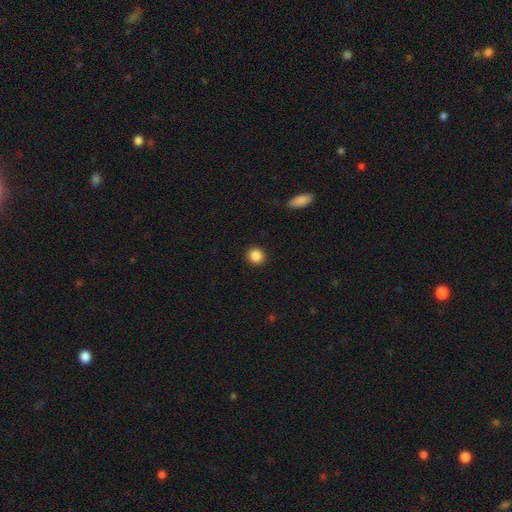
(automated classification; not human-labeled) smooth 87%, star or artifact 10%, featured or disk 4%. Down the decision tree: how rounded — round (90%); merging — none (92%).